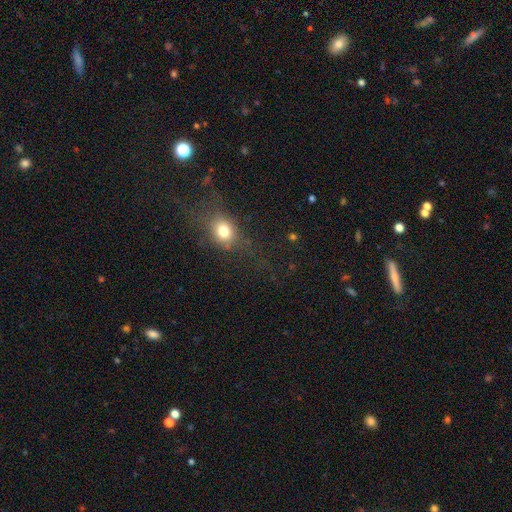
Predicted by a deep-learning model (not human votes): A smooth galaxy with no disk features (49%). Merging: none (66%).